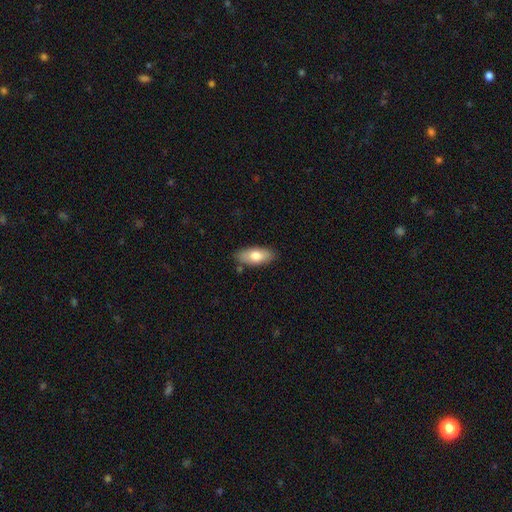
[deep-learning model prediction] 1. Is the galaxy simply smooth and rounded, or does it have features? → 75% smooth, 19% featured or disk, 6% star or artifact.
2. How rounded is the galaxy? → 84% in between, 13% cigar-shaped, 2% round.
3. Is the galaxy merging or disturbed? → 83% none, 12% minor disturbance, 3% merger, 2% major disturbance.